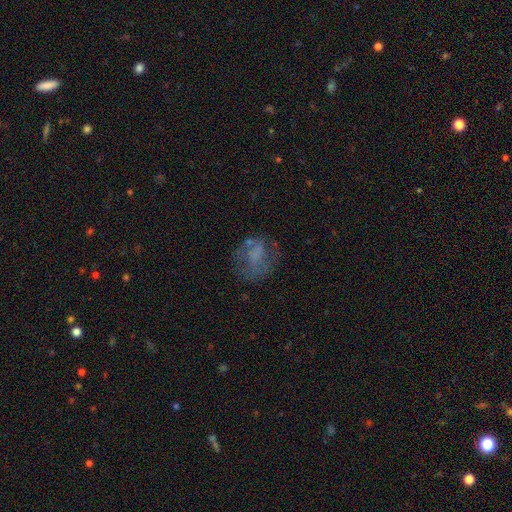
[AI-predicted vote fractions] The model was most divided on "smooth or featured": smooth: 45%, featured or disk: 41%, star or artifact: 14%. More confident: merging — none (51%).